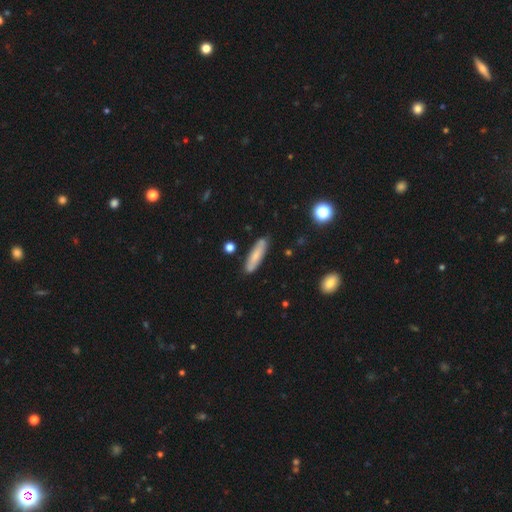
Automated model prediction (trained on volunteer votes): The model was most divided on "smooth or featured": smooth: 70%, featured or disk: 23%, star or artifact: 7%. More confident: merging — none (83%); how rounded — cigar-shaped (75%).